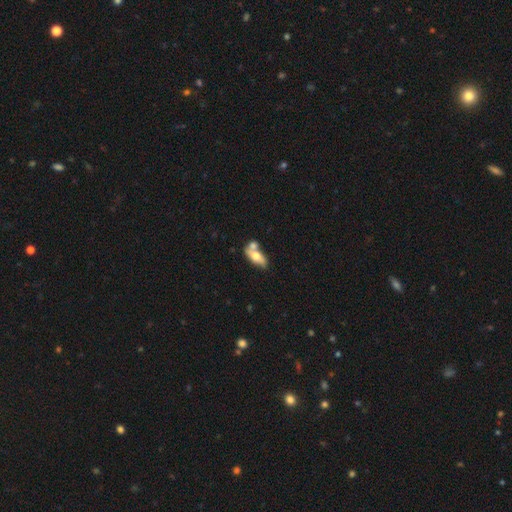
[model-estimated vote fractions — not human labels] A smooth galaxy with no disk features (56%) that is in between round and cigar-shaped (82%).

Vote fractions:
- Smooth or featured? smooth: 56% / featured or disk: 38% / star or artifact: 7%
- How rounded? in between: 82% / cigar-shaped: 13% / round: 5%
- Merging? merger: 49% / none: 32% / minor disturbance: 13% / major disturbance: 6%